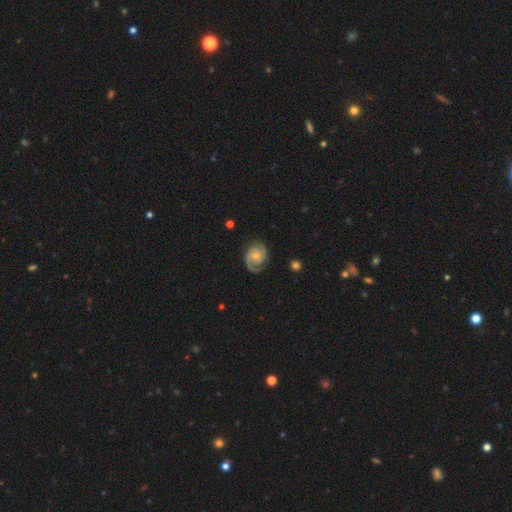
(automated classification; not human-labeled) Morphology: type=featured or disk (80%); edge-on=no (98%); bar=no (64%); spiral arms=yes (95%); winding=tight (52%); arm count=2 (62%); bulge=small (49%); merging=none (70%).